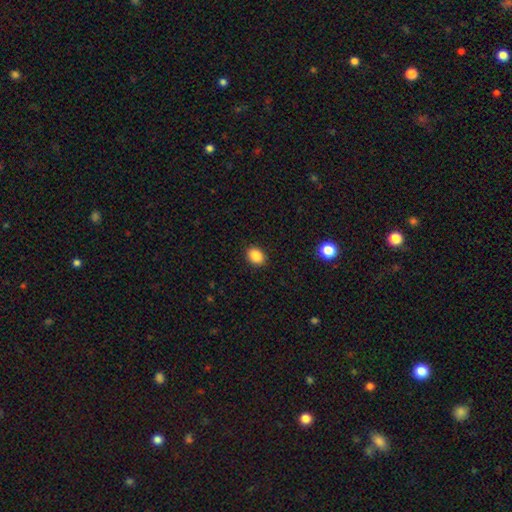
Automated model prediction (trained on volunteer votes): smooth 87%, star or artifact 9%, featured or disk 4%. Down the decision tree: how rounded — in between (57%); merging — none (90%).